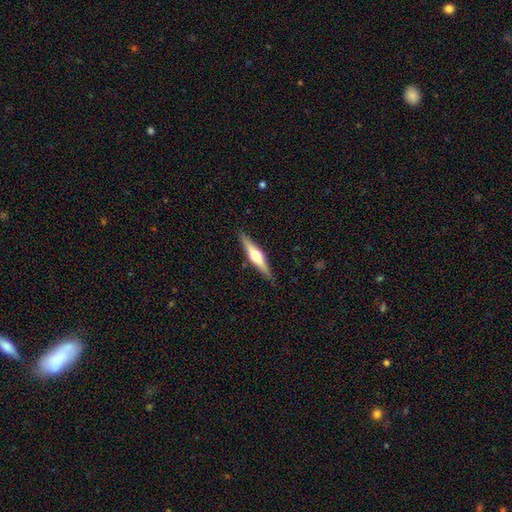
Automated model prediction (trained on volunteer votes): Smooth or featured?
  - featured or disk: 66% *
  - smooth: 28%
  - star or artifact: 6%
Edge-on disk?
  - yes: 97% *
  - no: 3%
Edge-on bulge?
  - rounded: 91% *
  - boxy: 6%
  - none: 3%
Merging?
  - none: 89% *
  - minor disturbance: 9%
  - major disturbance: 2%
  - merger: 1%